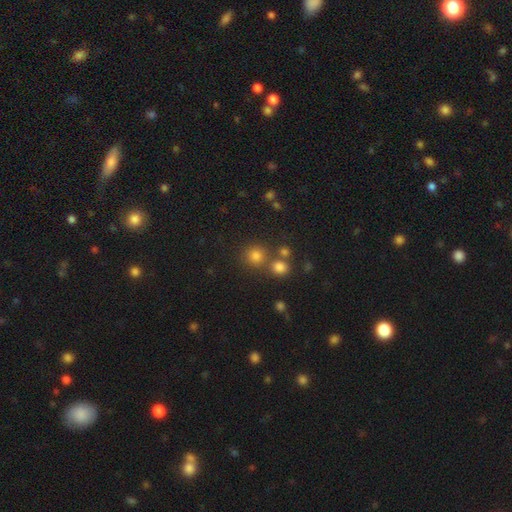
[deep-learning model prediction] smooth 78%, star or artifact 16%, featured or disk 6%. Down the decision tree: how rounded — round (90%); merging — none (70%).